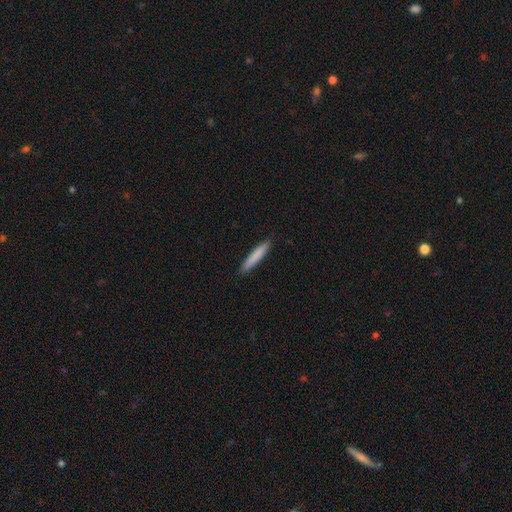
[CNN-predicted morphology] Smooth or featured? smooth (82%)
How rounded? cigar-shaped (93%)
Merging? none (90%)